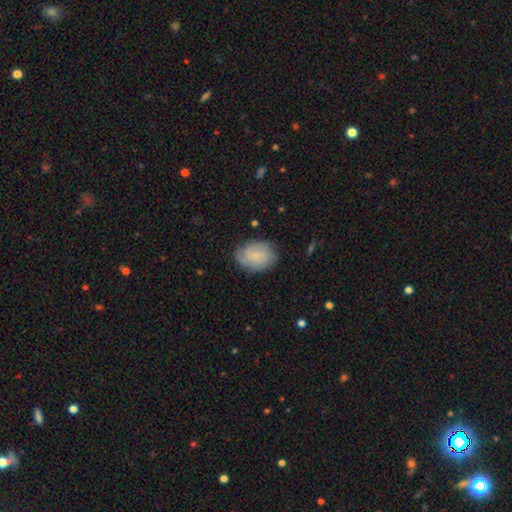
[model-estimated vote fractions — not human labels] A smooth galaxy with no disk features (65%) that is in between round and cigar-shaped (69%).

Vote fractions:
- Smooth or featured? smooth: 65% / featured or disk: 27% / star or artifact: 8%
- How rounded? in between: 69% / round: 30% / cigar-shaped: 1%
- Merging? none: 79% / minor disturbance: 16% / major disturbance: 4% / merger: 1%